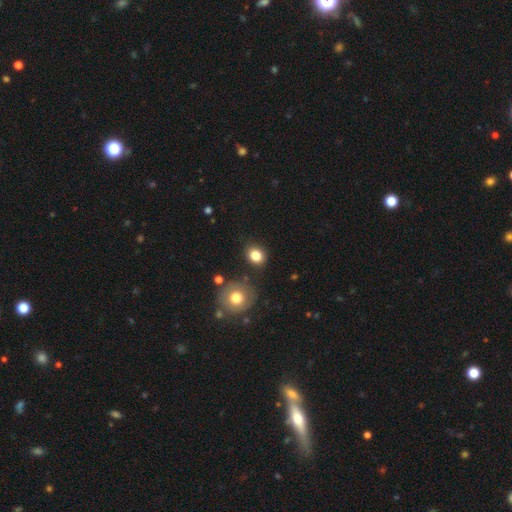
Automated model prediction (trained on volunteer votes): smooth 82%, star or artifact 11%, featured or disk 7%. Down the decision tree: how rounded — round (59%); merging — none (83%).